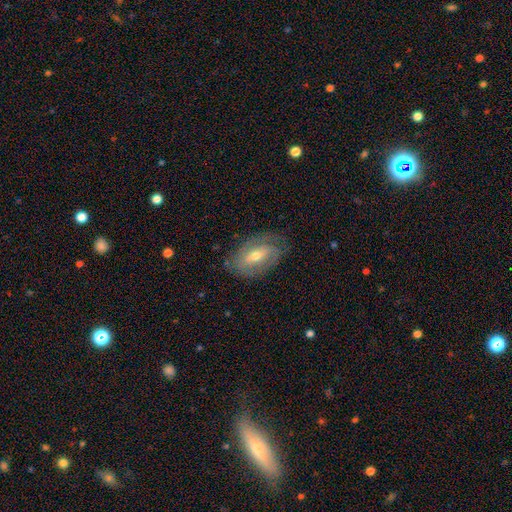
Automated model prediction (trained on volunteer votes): The model was most divided on "bar": weak: 42%, no: 34%, strong: 24%. More confident: edge-on disk — no (91%); spiral arms — yes (76%); merging — none (74%); smooth or featured — featured or disk (68%); bulge size — moderate (55%).